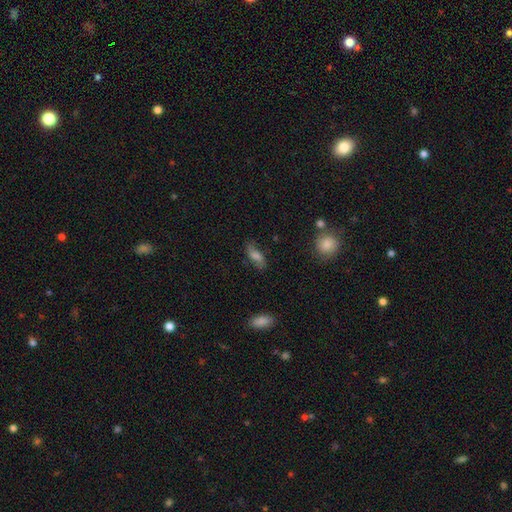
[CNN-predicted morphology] A smooth galaxy with no disk features (57%) that is in between round and cigar-shaped (72%).

Vote fractions:
- Smooth or featured? smooth: 57% / featured or disk: 33% / star or artifact: 10%
- How rounded? in between: 72% / cigar-shaped: 23% / round: 5%
- Merging? none: 73% / minor disturbance: 19% / major disturbance: 6% / merger: 2%